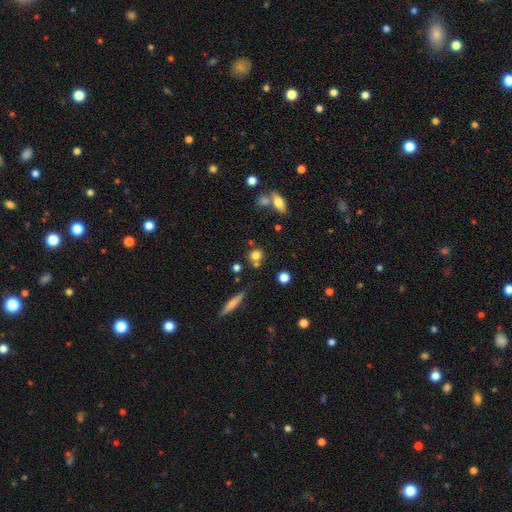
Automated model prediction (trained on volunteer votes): A smooth galaxy with no disk features (76%) that is round (84%). Merging: none (65%).